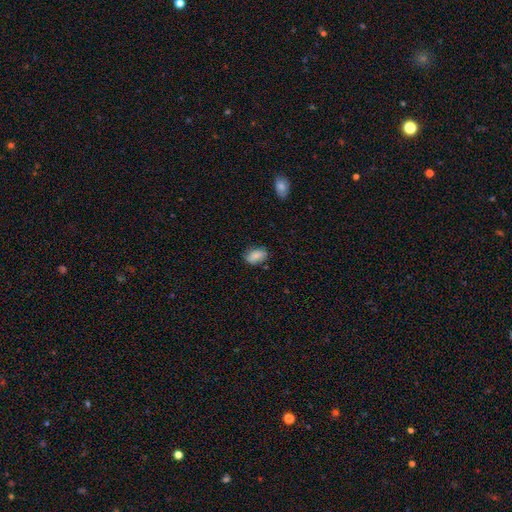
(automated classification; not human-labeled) Morphology: type=smooth (86%); roundness=in between (89%); merging=none (77%).